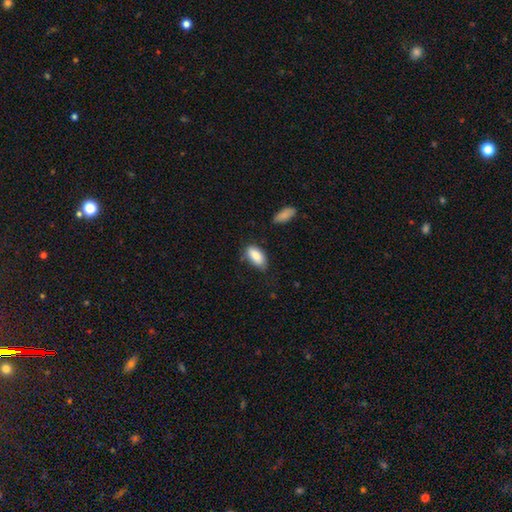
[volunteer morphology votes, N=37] smooth 89%, featured or disk 11%, star or artifact 0%. Down the decision tree: how rounded — in between (91%); merging — none (62%).